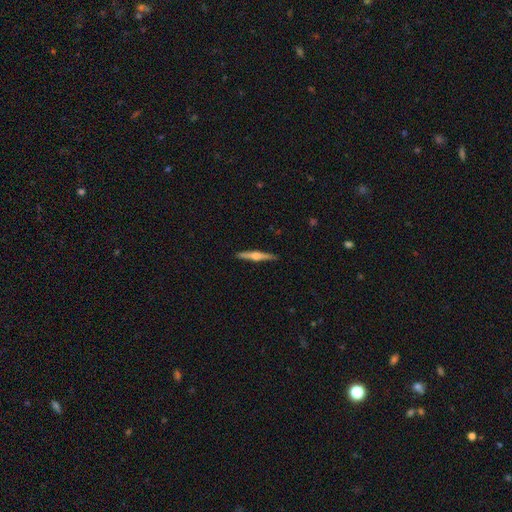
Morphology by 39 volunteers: featured or disk 79%, smooth 13%, star or artifact 8%. Down the decision tree: edge-on disk — yes (100%); edge-on bulge — rounded (100%); merging — none (86%).